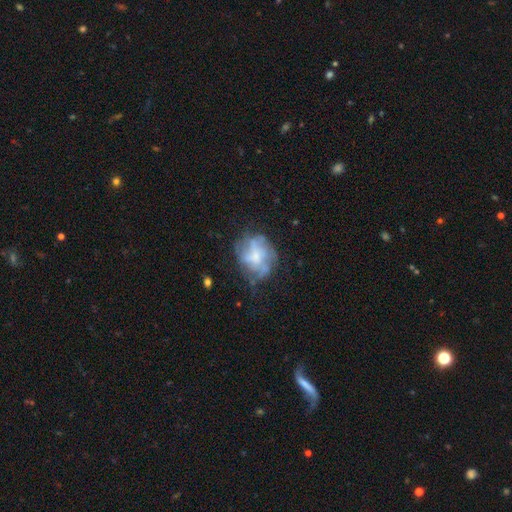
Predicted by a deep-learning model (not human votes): This appears to be a featured or disk galaxy (57%) with no bar (71%), no spiral arms (53%) and a moderate central bulge (37%). Merging: none (54%).